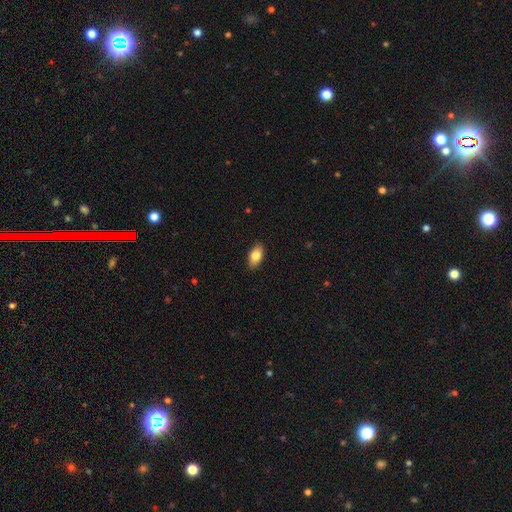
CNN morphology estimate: Q: Smooth or featured?
A: smooth (81%); runner-up: featured or disk (12%)
Q: How rounded?
A: in between (91%); runner-up: round (5%)
Q: Merging?
A: none (89%); runner-up: minor disturbance (8%)